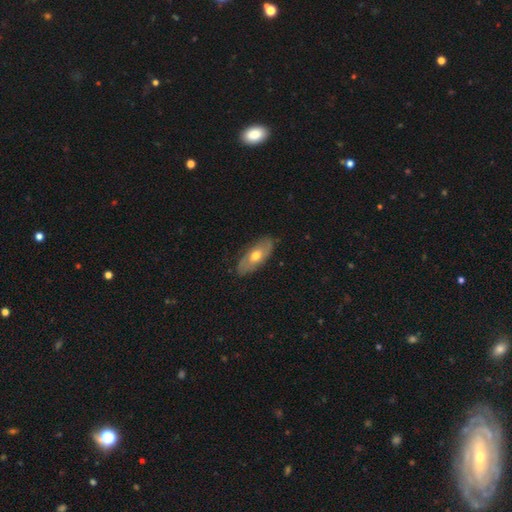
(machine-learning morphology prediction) A smooth galaxy with no disk features (52%) that is in between round and cigar-shaped (81%). Merging: none (82%).